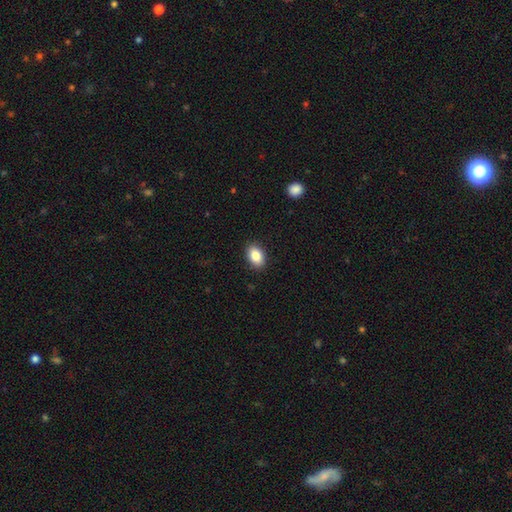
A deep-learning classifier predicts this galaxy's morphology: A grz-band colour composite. It shows a smooth galaxy with no disk features (86%) that is in between round and cigar-shaped (87%). Merging: none (90%).